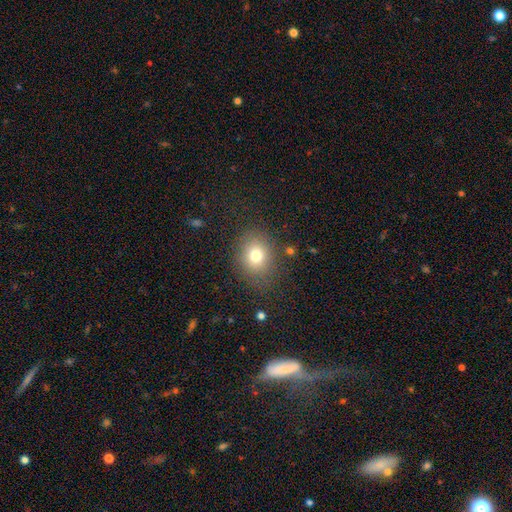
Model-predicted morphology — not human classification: This appears to be a smooth galaxy with no disk features (76%) that is round (60%). Merging: none (81%).